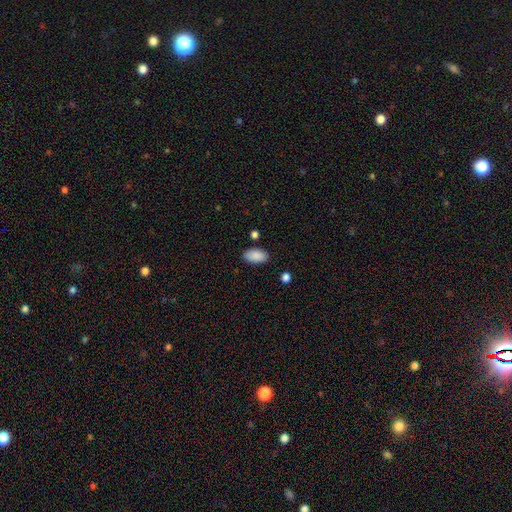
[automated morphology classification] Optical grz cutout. It shows a smooth galaxy with no disk features (89%) that is in between round and cigar-shaped (95%). Merging: none (85%).